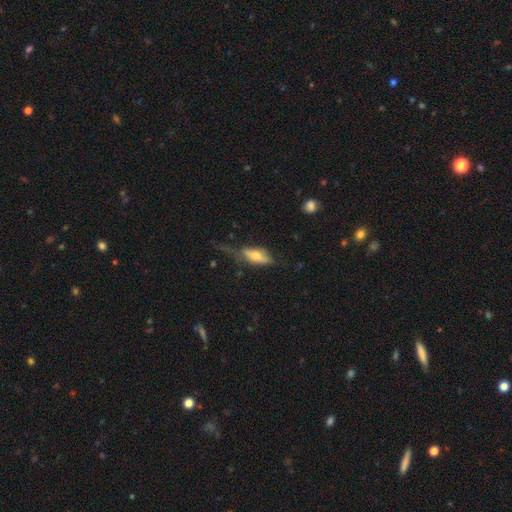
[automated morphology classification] This is possibly a smooth galaxy (56%). How rounded: likely in between (72%). Merging: possibly none (45%).